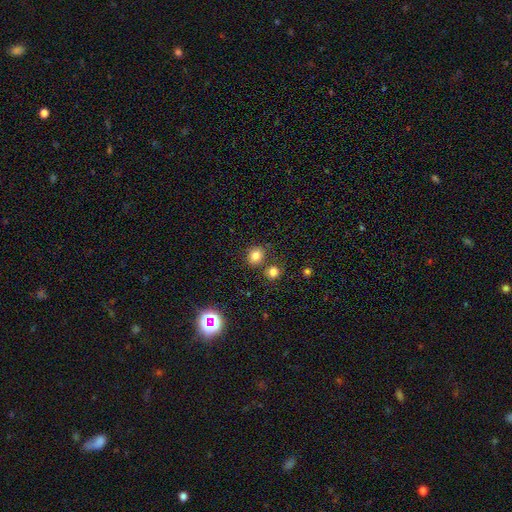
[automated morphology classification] A smooth galaxy with no disk features (80%) that is round (74%).

Vote fractions:
- Smooth or featured? smooth: 80% / star or artifact: 13% / featured or disk: 7%
- How rounded? round: 74% / in between: 25% / cigar-shaped: 1%
- Merging? none: 73% / merger: 14% / minor disturbance: 10% / major disturbance: 3%